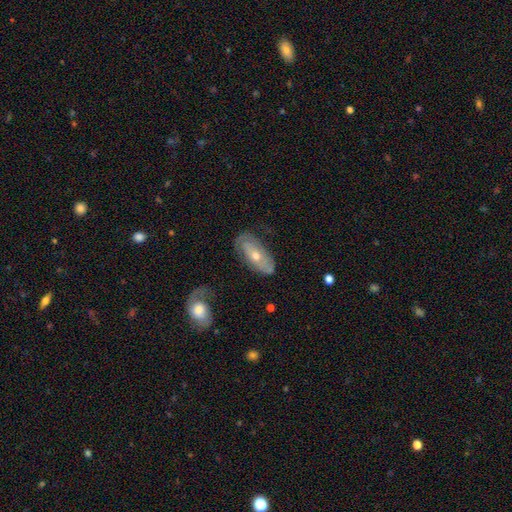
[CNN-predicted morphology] Smooth or featured: featured or disk — 61% (smooth — 33%)
Edge-on disk: no — 83% (yes — 17%)
Bar: no — 68% (weak — 21%)
Spiral arms: yes — 63% (no — 37%)
Bulge size: moderate — 58% (small — 38%)
Merging: none — 65% (minor disturbance — 22%)